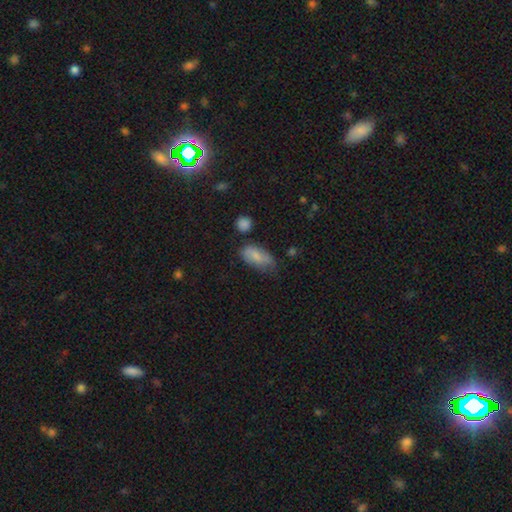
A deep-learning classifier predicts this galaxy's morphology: type=smooth (76%); roundness=in between (90%); merging=none (55%).